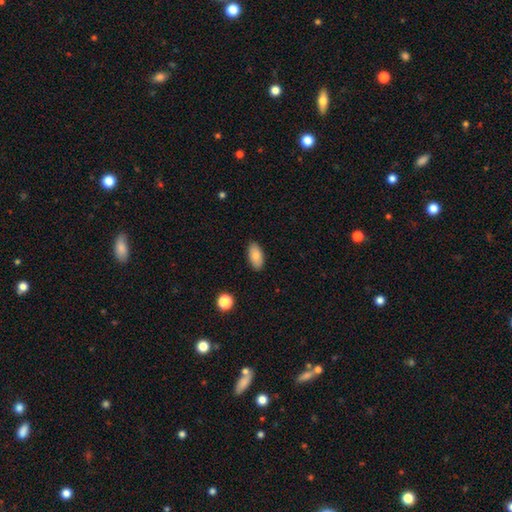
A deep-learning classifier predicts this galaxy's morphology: This appears to be a smooth galaxy with no disk features (83%) that is in between round and cigar-shaped (93%). Merging: none (88%).